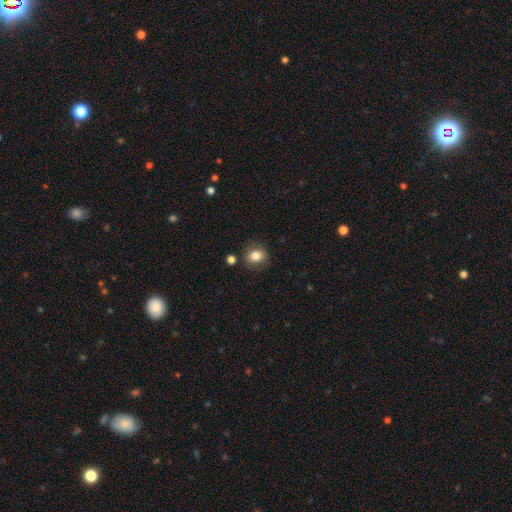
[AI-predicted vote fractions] Morphology: type=smooth (82%); roundness=round (64%); merging=none (82%).